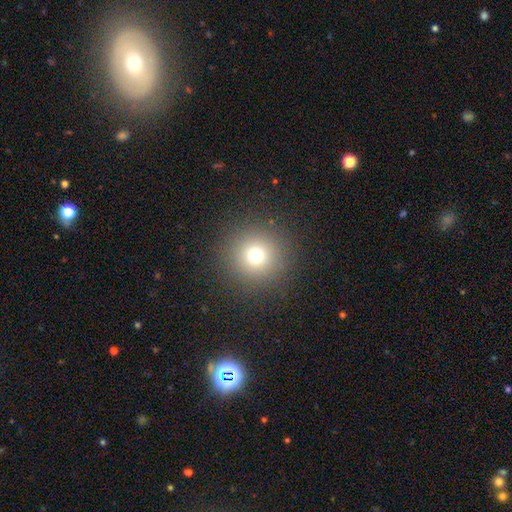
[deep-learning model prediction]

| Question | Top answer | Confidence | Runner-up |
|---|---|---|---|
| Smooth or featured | smooth | 72% | star or artifact (19%) |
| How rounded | round | 96% | in between (3%) |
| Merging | none | 90% | minor disturbance (5%) |